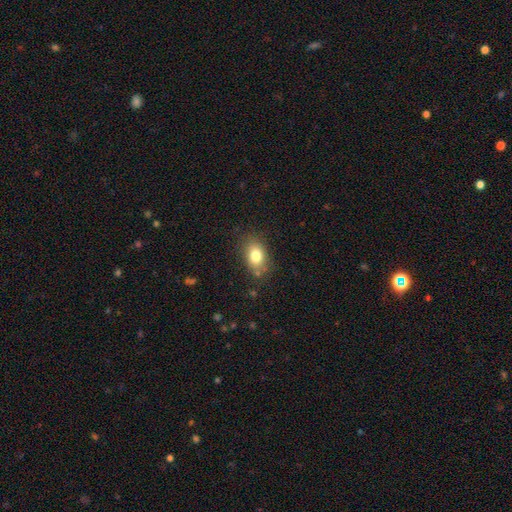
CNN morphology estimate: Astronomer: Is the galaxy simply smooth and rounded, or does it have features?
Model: smooth — 80%.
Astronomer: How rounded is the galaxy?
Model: in between — 78%.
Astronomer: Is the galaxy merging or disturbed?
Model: none — 77%.